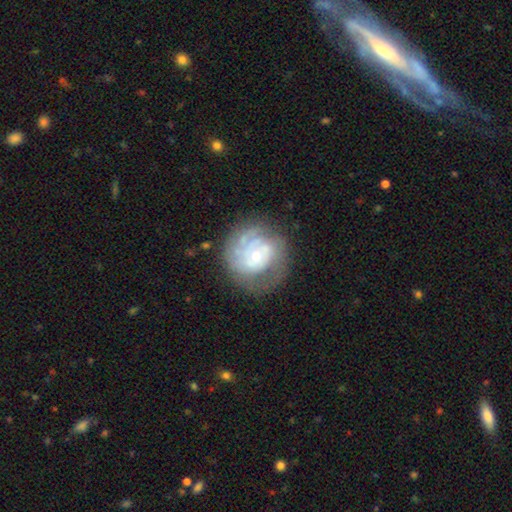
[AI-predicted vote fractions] smooth-or-featured: featured or disk: 72% | smooth: 20% | star or artifact: 8%
  disk-edge-on: no: 97% | yes: 3%
    bar: no: 76% | weak: 20% | strong: 4%
    has-spiral-arms: yes: 83% | no: 17%
      spiral-winding: tight: 66% | medium: 25% | loose: 10%
      spiral-arm-count: can't tell: 45% | 2: 20% | 3: 16% | 4: 8% | 1: 7% | more than 4: 5%
    bulge-size: small: 61% | moderate: 32% | large: 3% | none: 2% | dominant: 1%
  merging: none: 64% | minor disturbance: 19% | major disturbance: 13% | merger: 4%